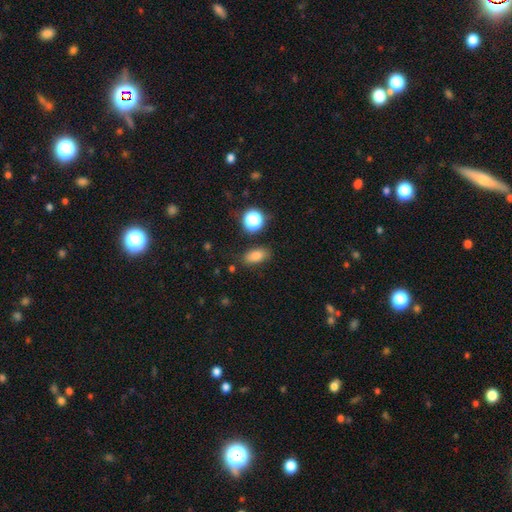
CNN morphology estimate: Smooth or featured? smooth (79%)
How rounded? in between (83%)
Merging? none (81%)